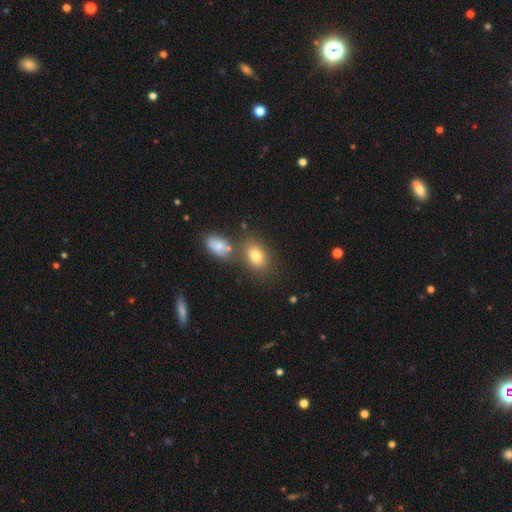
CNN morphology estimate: smooth-or-featured: smooth: 80% | featured or disk: 10% | star or artifact: 10%
  how-rounded: in between: 79% | round: 20% | cigar-shaped: 2%
  merging: none: 64% | merger: 19% | minor disturbance: 12% | major disturbance: 4%